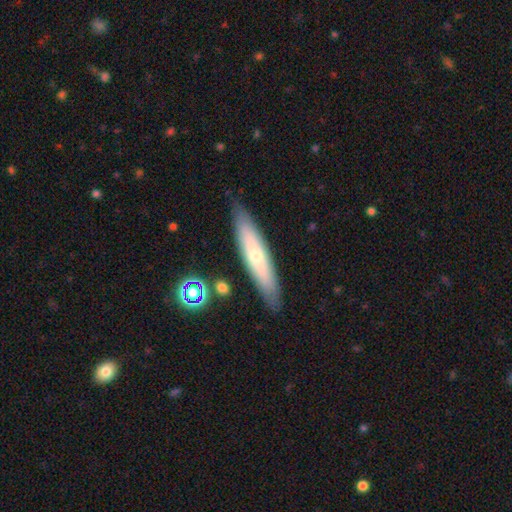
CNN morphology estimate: A smooth galaxy with no disk features (51%) that is cigar-shaped (83%). Merging: none (86%).